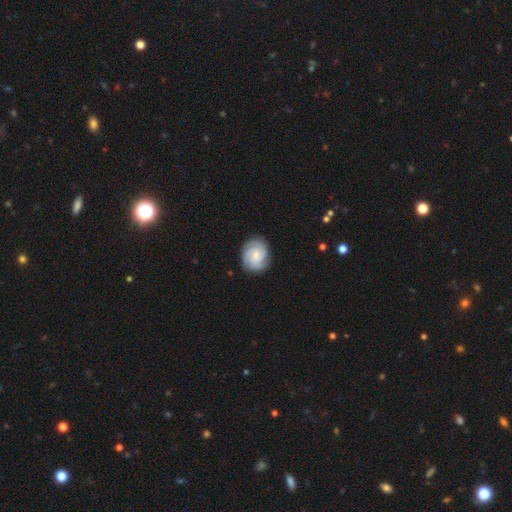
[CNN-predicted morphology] Q: Smooth or featured?
A: featured or disk (74%); runner-up: smooth (20%)
Q: Edge-on disk?
A: no (98%); runner-up: yes (2%)
Q: Bar?
A: no (62%); runner-up: weak (33%)
Q: Spiral arms?
A: yes (97%); runner-up: no (3%)
Q: Spiral winding?
A: tight (62%); runner-up: medium (32%)
Q: Spiral arm count?
A: 3 (46%); runner-up: 2 (18%)
Q: Bulge size?
A: small (51%); runner-up: moderate (29%)
Q: Merging?
A: none (84%); runner-up: minor disturbance (12%)